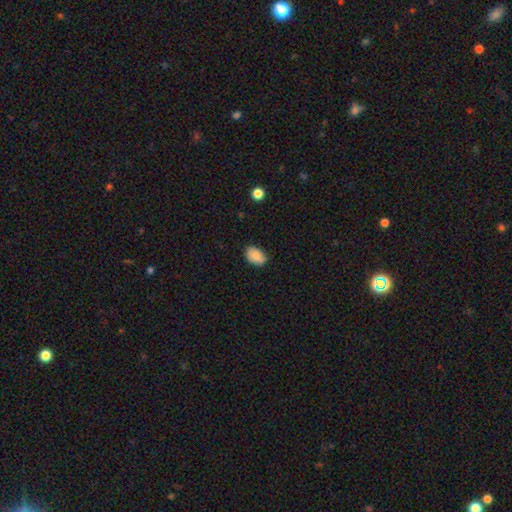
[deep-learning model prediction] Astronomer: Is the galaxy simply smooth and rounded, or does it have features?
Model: smooth — 83%.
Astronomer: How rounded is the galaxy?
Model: in between — 83%.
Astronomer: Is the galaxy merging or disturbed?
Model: none — 77%.